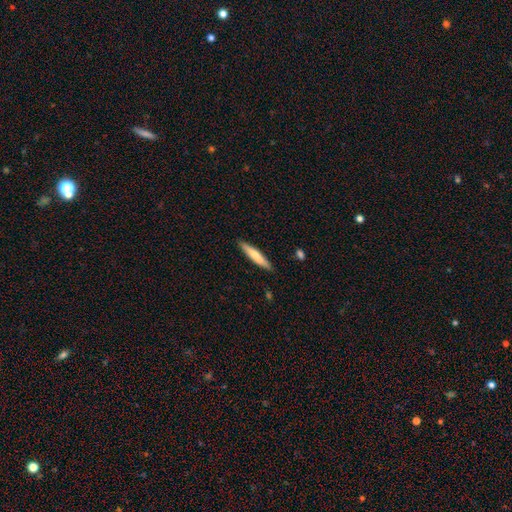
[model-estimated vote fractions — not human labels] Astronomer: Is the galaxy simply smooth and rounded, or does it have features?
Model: smooth — 64%.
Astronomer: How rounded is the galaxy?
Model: cigar-shaped — 90%.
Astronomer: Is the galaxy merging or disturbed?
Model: none — 85%.